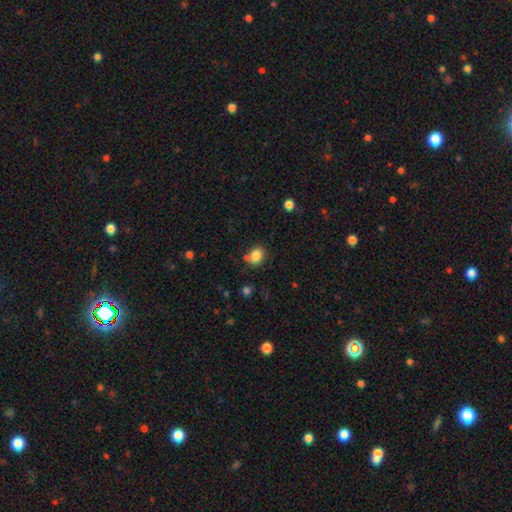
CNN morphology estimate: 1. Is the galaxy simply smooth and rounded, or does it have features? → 84% smooth, 10% star or artifact, 6% featured or disk.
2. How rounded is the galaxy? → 53% round, 46% in between, 1% cigar-shaped.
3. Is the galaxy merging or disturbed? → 68% none, 17% minor disturbance, 11% merger, 5% major disturbance.